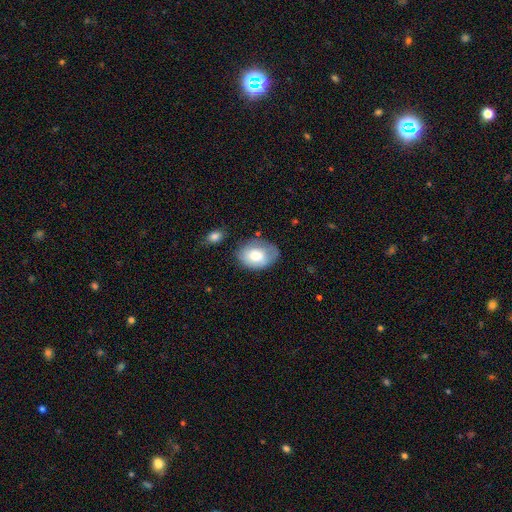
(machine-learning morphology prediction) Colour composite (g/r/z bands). It shows a smooth galaxy with no disk features (73%) that is in between round and cigar-shaped (77%). Merging: none (64%).